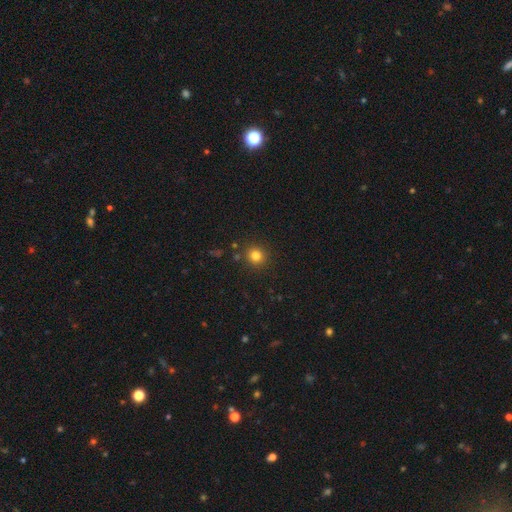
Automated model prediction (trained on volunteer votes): Overall: smooth (80%). How rounded: round (92%). Merging: none (88%).